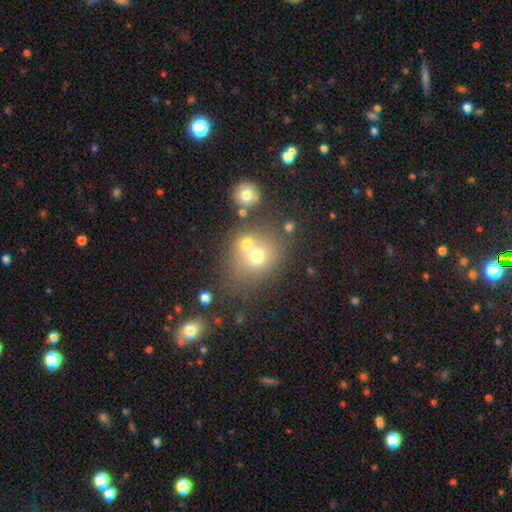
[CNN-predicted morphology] smooth 66%, featured or disk 18%, star or artifact 16%. Down the decision tree: how rounded — round (73%); merging — none (47%).